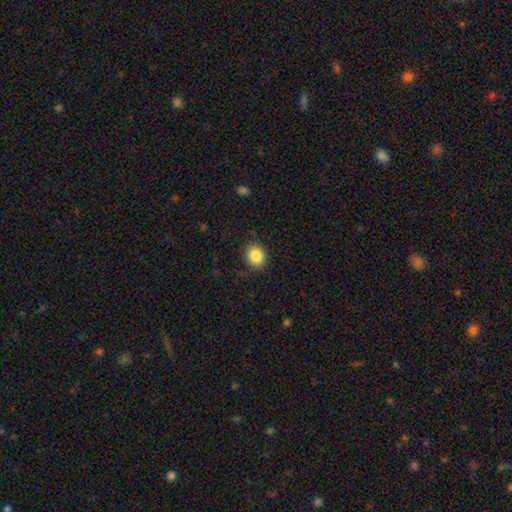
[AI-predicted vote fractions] Smooth or featured: smooth — 86% (star or artifact — 9%)
How rounded: round — 61% (in between — 38%)
Merging: none — 85% (minor disturbance — 10%)